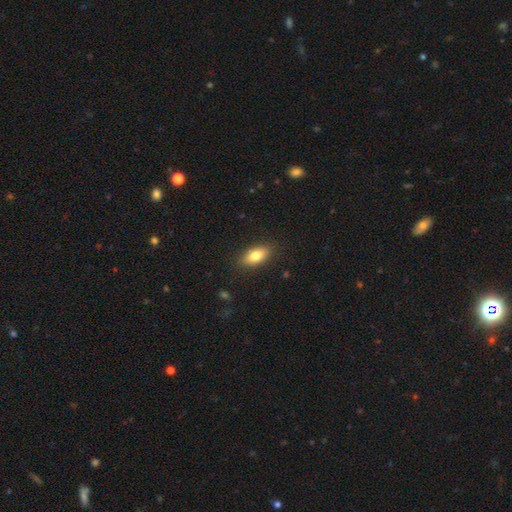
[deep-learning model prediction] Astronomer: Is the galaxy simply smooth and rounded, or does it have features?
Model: smooth — 79%.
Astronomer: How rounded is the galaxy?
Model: in between — 86%.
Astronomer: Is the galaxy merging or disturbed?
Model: none — 87%.